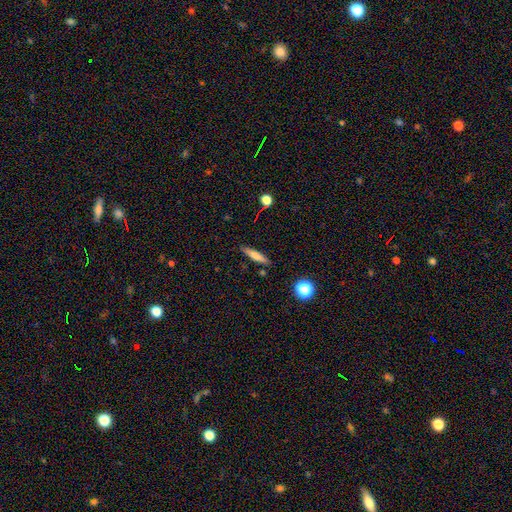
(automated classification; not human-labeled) Overall: smooth (66%). How rounded: cigar-shaped (85%). Merging: none (86%).